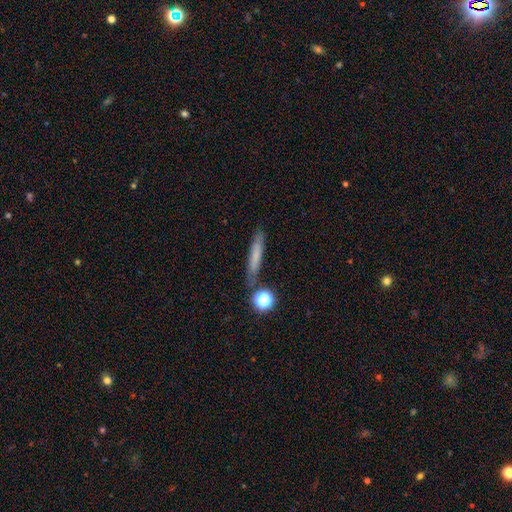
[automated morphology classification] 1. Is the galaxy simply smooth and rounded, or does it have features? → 69% smooth, 21% featured or disk, 10% star or artifact.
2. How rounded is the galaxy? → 87% cigar-shaped, 9% in between, 4% round.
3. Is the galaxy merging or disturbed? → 75% none, 14% minor disturbance, 7% merger, 4% major disturbance.